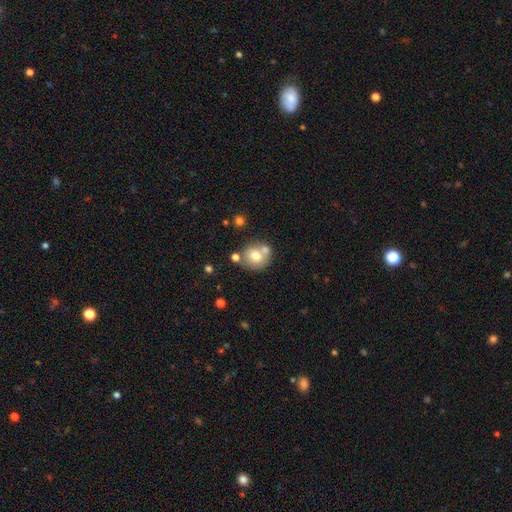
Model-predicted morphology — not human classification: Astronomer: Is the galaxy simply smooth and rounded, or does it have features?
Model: smooth — 69%.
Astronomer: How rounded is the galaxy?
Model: round — 81%.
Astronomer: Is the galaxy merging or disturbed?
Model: none — 55%.